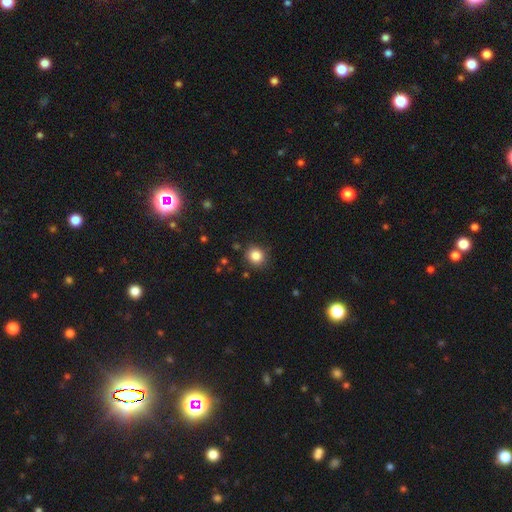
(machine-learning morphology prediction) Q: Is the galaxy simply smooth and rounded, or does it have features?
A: smooth — 85%.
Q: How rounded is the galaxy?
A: round — 85%.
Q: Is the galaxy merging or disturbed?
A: none — 87%.